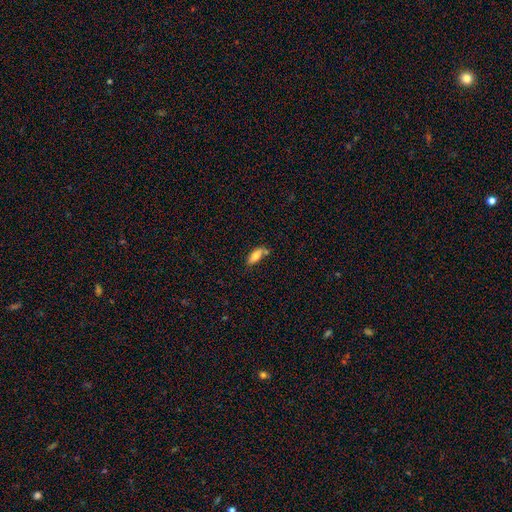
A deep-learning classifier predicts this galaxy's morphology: smooth_or_featured: smooth (p=0.77) [alt: featured or disk p=0.15]
how_rounded: in between (p=0.74) [alt: cigar-shaped p=0.24]
merging: none (p=0.57) [alt: minor disturbance p=0.23]